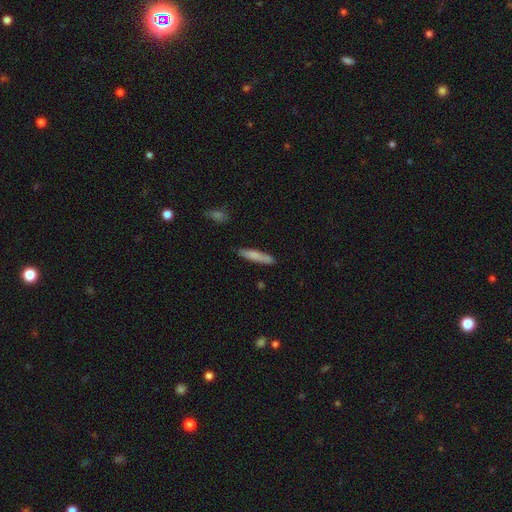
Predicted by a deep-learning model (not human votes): A smooth galaxy with no disk features (79%) that is cigar-shaped (88%). Merging: none (81%).